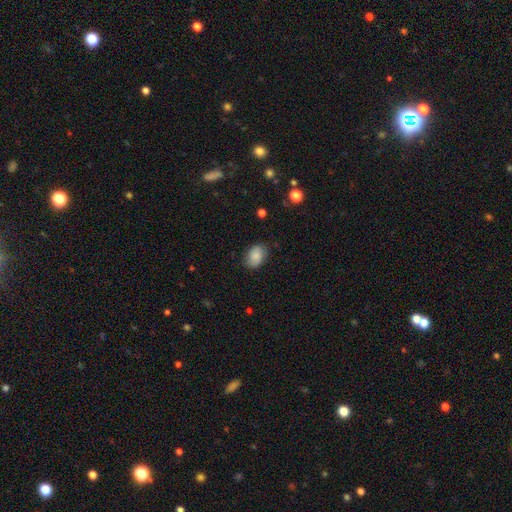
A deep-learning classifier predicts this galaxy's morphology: Q: Smooth or featured?
A: smooth (83%); runner-up: featured or disk (10%)
Q: How rounded?
A: in between (82%); runner-up: round (16%)
Q: Merging?
A: none (80%); runner-up: minor disturbance (16%)